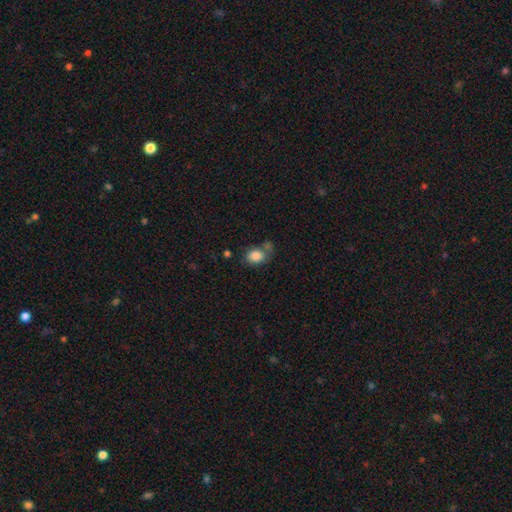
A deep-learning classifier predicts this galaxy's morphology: Smooth or featured: smooth — 85% (star or artifact — 9%)
How rounded: in between — 59% (round — 40%)
Merging: none — 49% (merger — 26%)